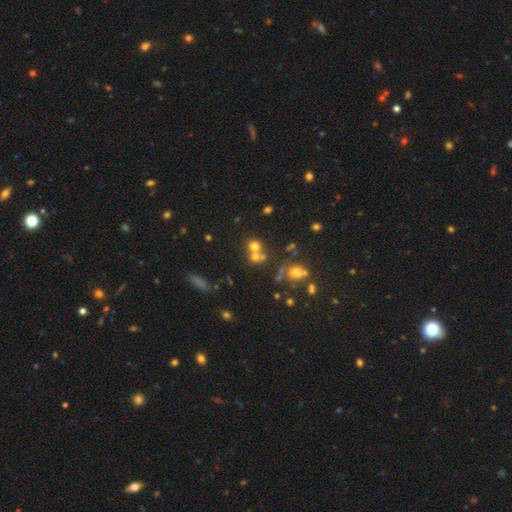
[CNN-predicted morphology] The model was most divided on "merging": none: 49%, merger: 39%, minor disturbance: 8%, major disturbance: 4%. More confident: how rounded — round (83%); smooth or featured — smooth (57%).